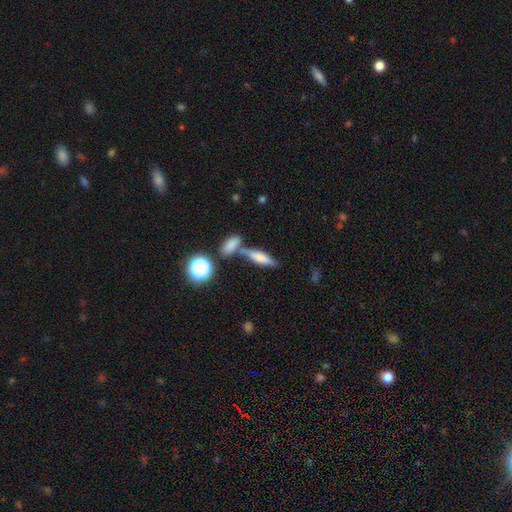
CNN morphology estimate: The model was most divided on "smooth or featured": smooth: 49%, featured or disk: 30%, star or artifact: 21%. More confident: merging — none (55%).